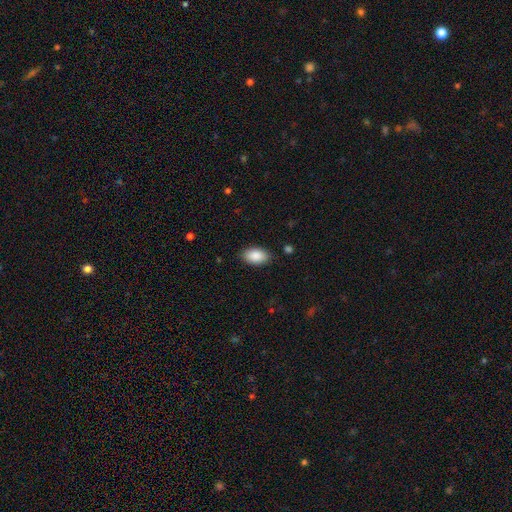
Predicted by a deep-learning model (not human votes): A smooth galaxy with no disk features (88%) that is in between round and cigar-shaped (94%). Merging: none (86%).